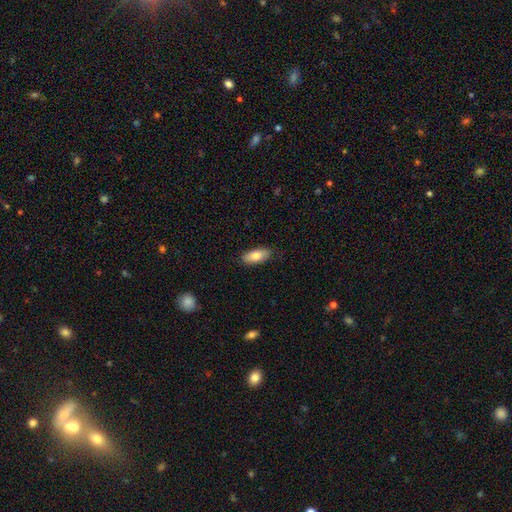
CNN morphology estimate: Q: Smooth or featured?
A: smooth (79%); runner-up: featured or disk (14%)
Q: How rounded?
A: in between (83%); runner-up: cigar-shaped (15%)
Q: Merging?
A: none (87%); runner-up: minor disturbance (10%)